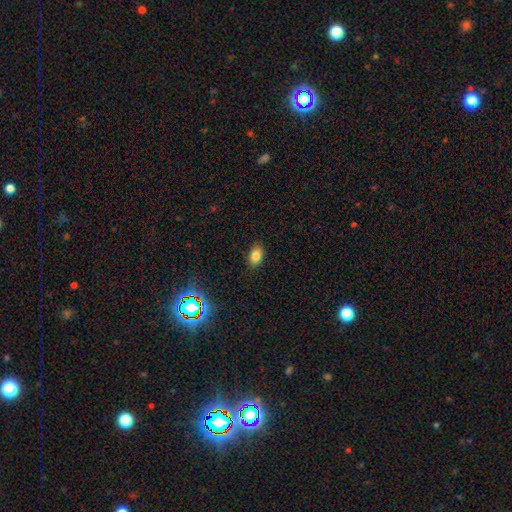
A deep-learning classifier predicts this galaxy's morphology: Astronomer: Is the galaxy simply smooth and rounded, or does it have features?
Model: smooth — 82%.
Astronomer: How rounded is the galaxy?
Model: in between — 87%.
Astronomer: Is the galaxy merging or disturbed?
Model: none — 86%.